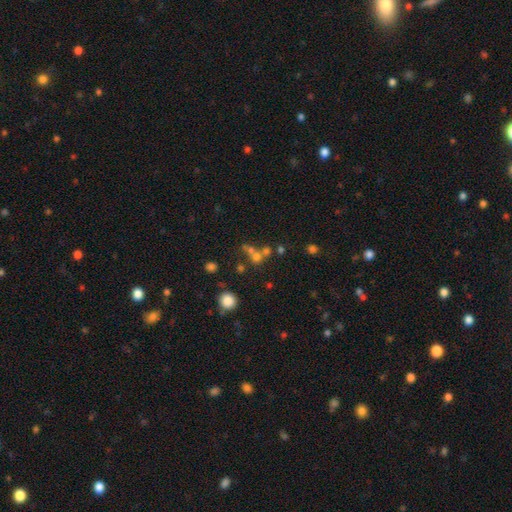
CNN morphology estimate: Smooth or featured: smooth — 56% (star or artifact — 25%)
How rounded: round — 80% (in between — 19%)
Merging: merger — 47% (none — 39%)